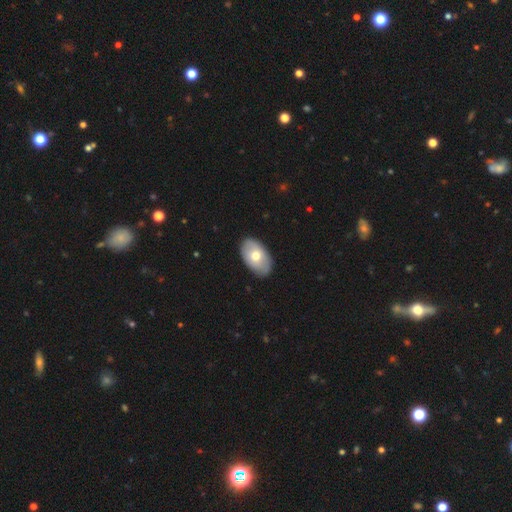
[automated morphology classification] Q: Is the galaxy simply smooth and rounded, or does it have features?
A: smooth — 66%.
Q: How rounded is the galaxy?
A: in between — 92%.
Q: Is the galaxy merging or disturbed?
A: none — 87%.